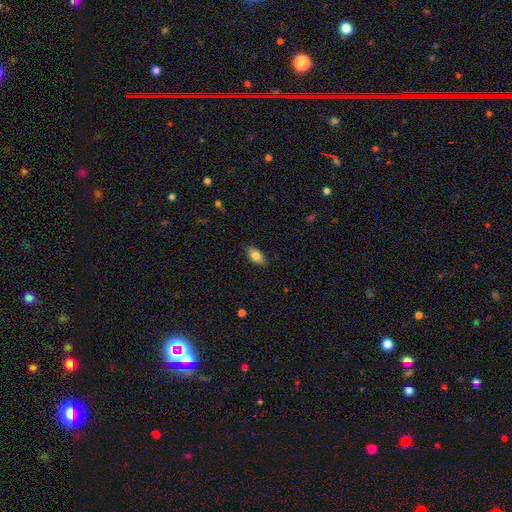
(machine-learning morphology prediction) The model was most divided on "smooth or featured": smooth: 80%, featured or disk: 12%, star or artifact: 7%. More confident: how rounded — in between (90%); merging — none (85%).